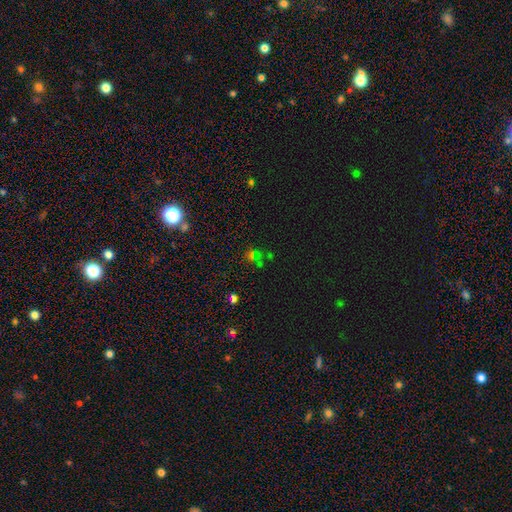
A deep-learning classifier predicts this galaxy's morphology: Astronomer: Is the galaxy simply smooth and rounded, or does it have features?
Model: star or artifact — 57% (runner-up: smooth, 33%).